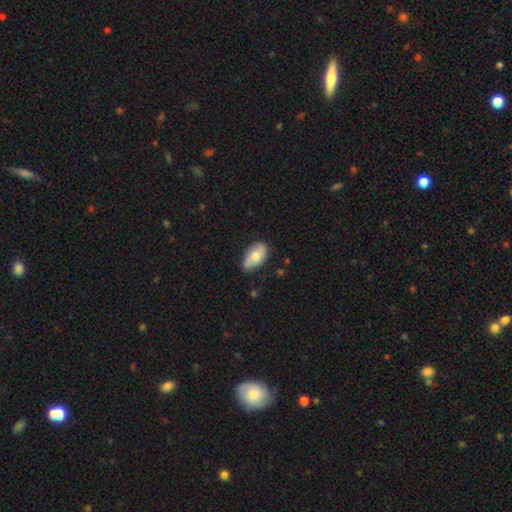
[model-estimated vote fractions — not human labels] A smooth galaxy with no disk features (63%) that is in between round and cigar-shaped (92%).

Vote fractions:
- Smooth or featured? smooth: 63% / featured or disk: 31% / star or artifact: 6%
- How rounded? in between: 92% / round: 5% / cigar-shaped: 3%
- Merging? none: 65% / minor disturbance: 28% / major disturbance: 5% / merger: 2%